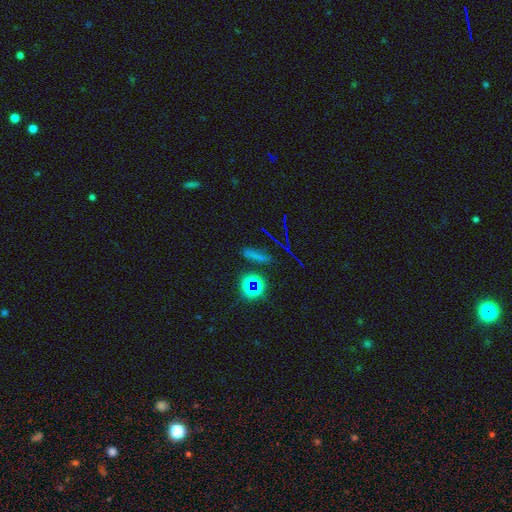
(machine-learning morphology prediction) A star or artifact, not a galaxy (57%).

Vote fractions:
- Smooth or featured? star or artifact: 57% / smooth: 32% / featured or disk: 11%